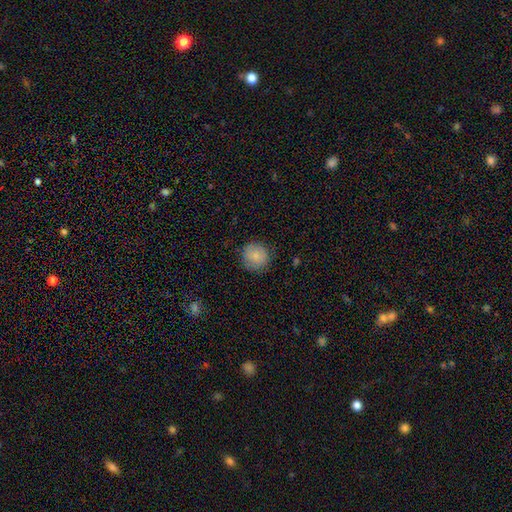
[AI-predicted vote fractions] The model was most divided on "merging": none: 83%, minor disturbance: 13%, major disturbance: 3%, merger: 1%. More confident: how rounded — round (93%); smooth or featured — smooth (83%).